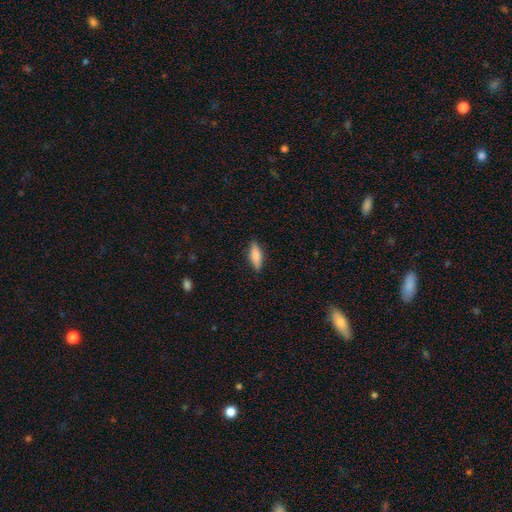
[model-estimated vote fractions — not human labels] Overall: smooth (78%). How rounded: in between (60%; cigar-shaped 38%). Merging: none (86%).